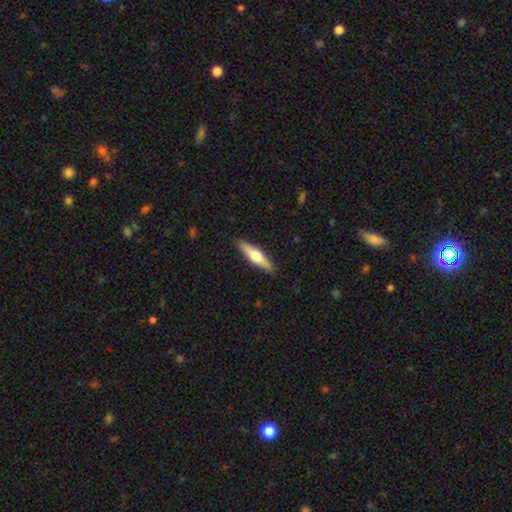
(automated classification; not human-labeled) smooth_or_featured: featured or disk (p=0.54) [alt: smooth p=0.41]
disk_edge_on: yes (p=0.95) [alt: no p=0.05]
edge_on_bulge: rounded (p=0.93) [alt: boxy p=0.04]
merging: none (p=0.90) [alt: minor disturbance p=0.07]